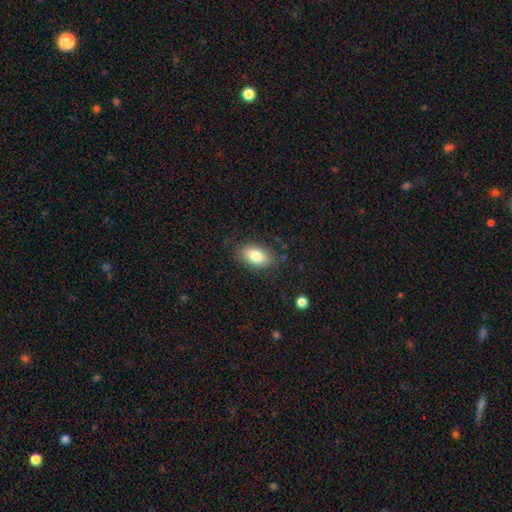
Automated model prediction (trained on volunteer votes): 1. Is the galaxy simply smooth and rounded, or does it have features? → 82% smooth, 10% featured or disk, 7% star or artifact.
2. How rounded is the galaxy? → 91% in between, 6% round, 3% cigar-shaped.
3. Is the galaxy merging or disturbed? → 81% none, 14% minor disturbance, 4% major disturbance, 1% merger.